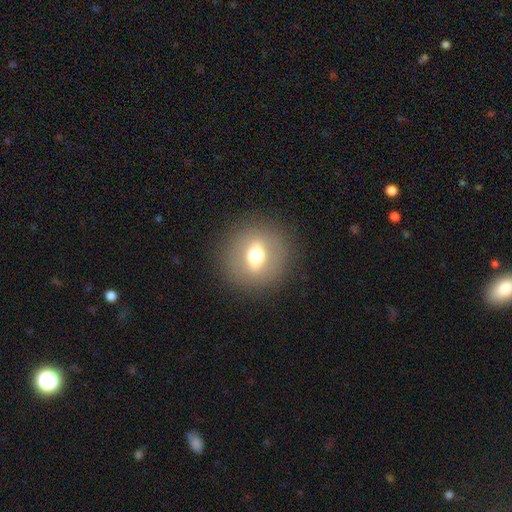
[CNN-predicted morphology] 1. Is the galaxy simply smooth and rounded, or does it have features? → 51% smooth, 37% featured or disk, 12% star or artifact.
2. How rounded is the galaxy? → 83% round, 16% in between, 1% cigar-shaped.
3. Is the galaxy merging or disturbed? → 87% none, 8% minor disturbance, 4% major disturbance, 1% merger.